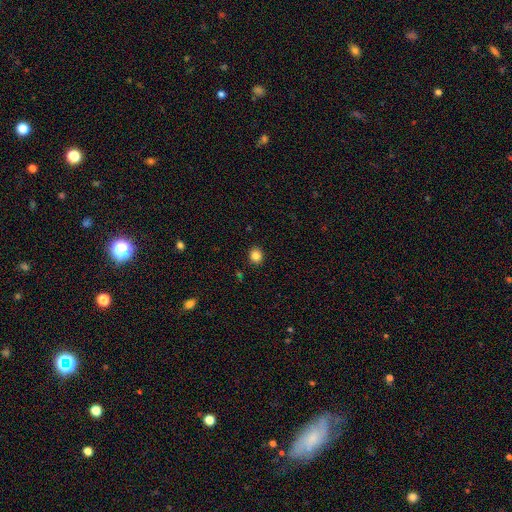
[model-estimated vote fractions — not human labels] This is clearly a smooth galaxy (85%). How rounded: likely round (75%). Merging: clearly none (90%).